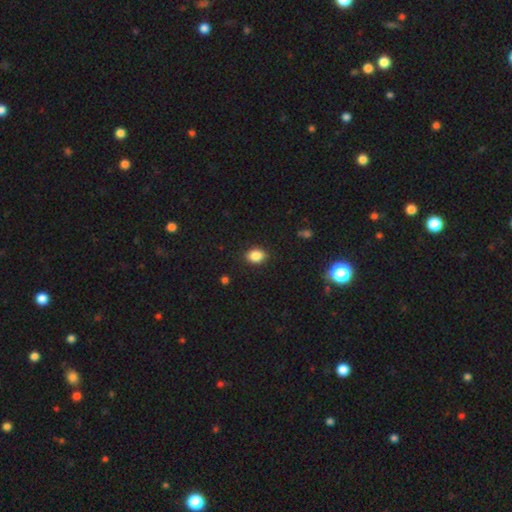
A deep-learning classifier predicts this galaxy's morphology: Smooth or featured?
  - smooth: 85% *
  - star or artifact: 10%
  - featured or disk: 5%
How rounded?
  - in between: 61% *
  - round: 38%
  - cigar-shaped: 1%
Merging?
  - none: 86% *
  - minor disturbance: 11%
  - major disturbance: 2%
  - merger: 1%